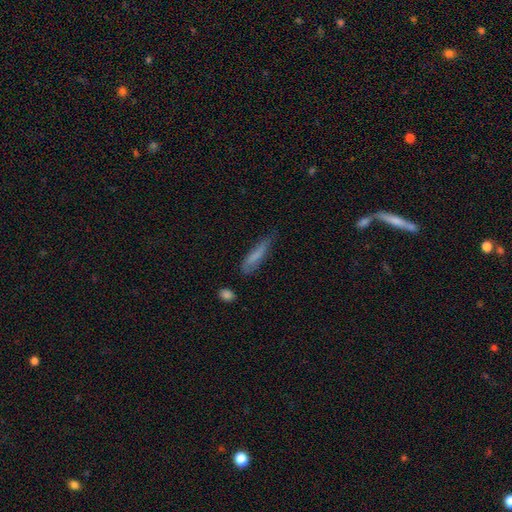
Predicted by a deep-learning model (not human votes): This is likely a smooth galaxy (73%). How rounded: clearly cigar-shaped (80%). Merging: possibly none (57%).